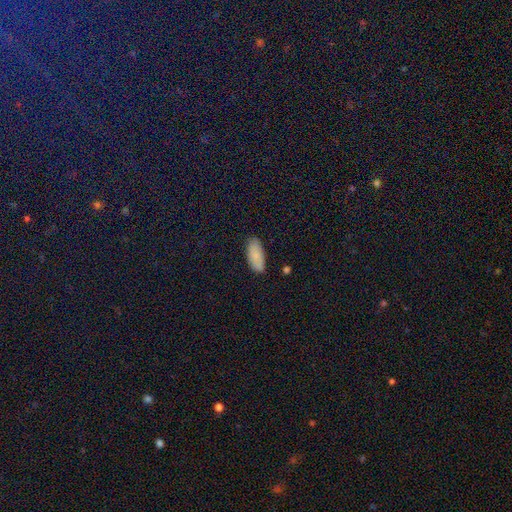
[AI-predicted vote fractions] The model was most divided on "merging": none: 83%, minor disturbance: 14%, major disturbance: 3%, merger: 1%. More confident: how rounded — in between (89%); smooth or featured — smooth (85%).